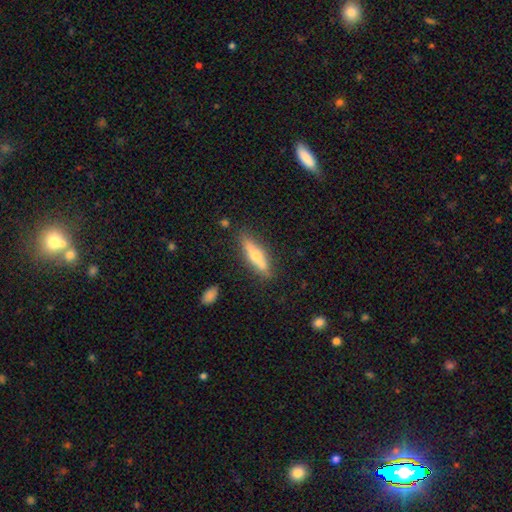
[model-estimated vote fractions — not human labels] smooth_or_featured: featured or disk (p=0.51) [alt: smooth p=0.42]
disk_edge_on: yes (p=0.86) [alt: no p=0.14]
merging: none (p=0.80) [alt: minor disturbance p=0.13]